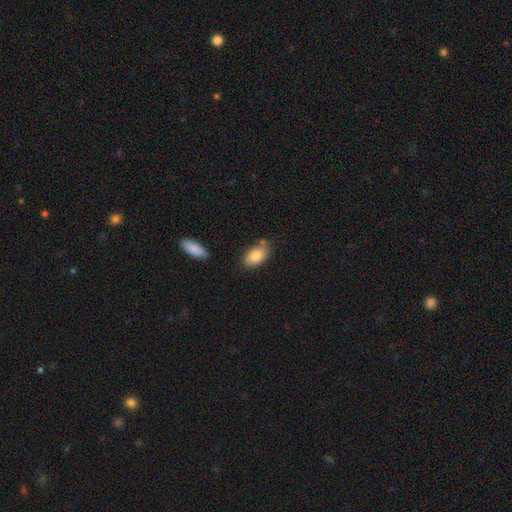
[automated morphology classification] A smooth galaxy with no disk features (83%) that is in between round and cigar-shaped (92%). Merging: none (68%).